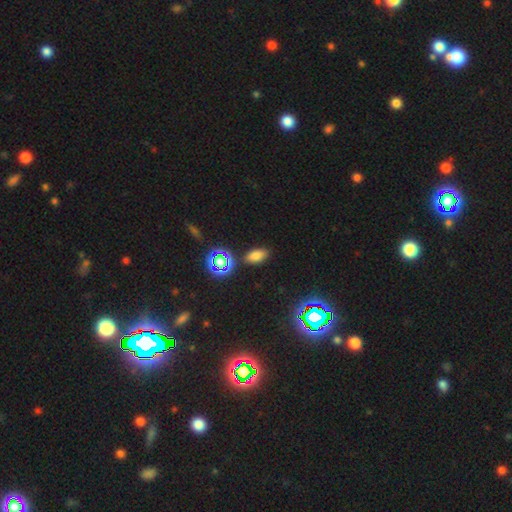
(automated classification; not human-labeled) smooth-or-featured: smooth: 69% | star or artifact: 23% | featured or disk: 7%
  how-rounded: in between: 88% | round: 7% | cigar-shaped: 5%
  merging: none: 85% | minor disturbance: 9% | merger: 3% | major disturbance: 3%